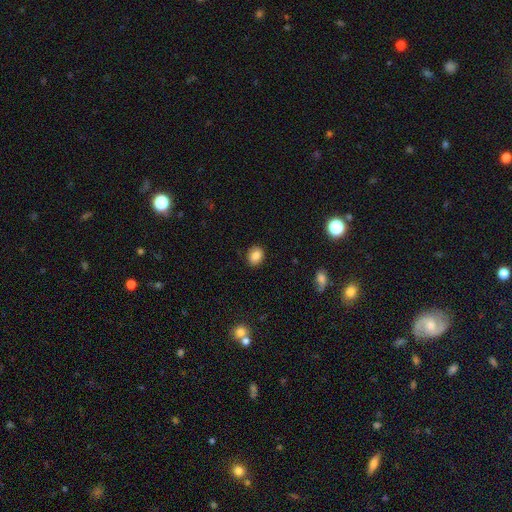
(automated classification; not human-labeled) Smooth or featured? Predicted: smooth (p=0.85). How rounded? Predicted: round (p=0.50). Merging? Predicted: none (p=0.88).